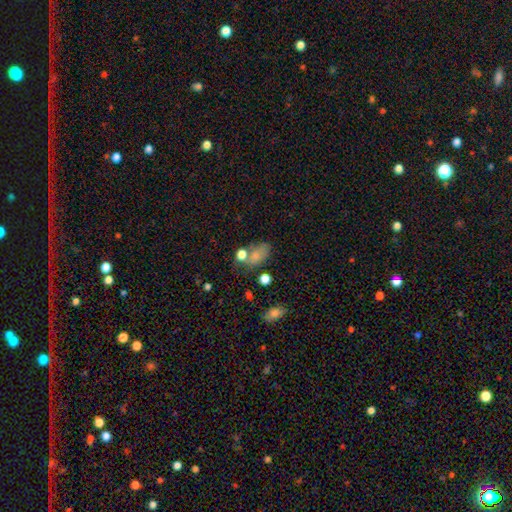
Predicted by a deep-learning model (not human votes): Q: Smooth or featured?
A: smooth (72%); runner-up: star or artifact (14%)
Q: How rounded?
A: in between (82%); runner-up: round (16%)
Q: Merging?
A: none (44%); runner-up: merger (23%)